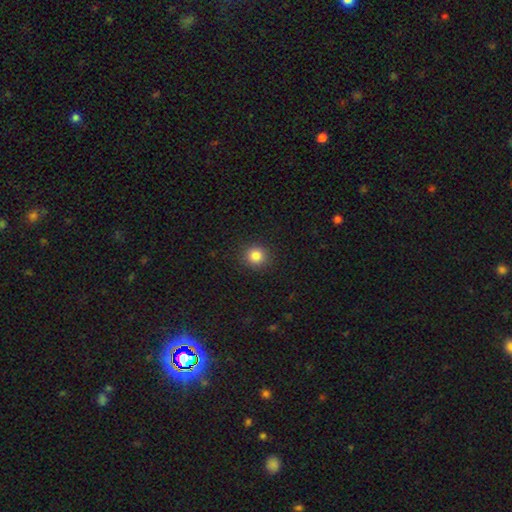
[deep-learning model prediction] Smooth or featured: smooth — 84% (star or artifact — 11%)
How rounded: round — 92% (in between — 8%)
Merging: none — 91% (minor disturbance — 6%)